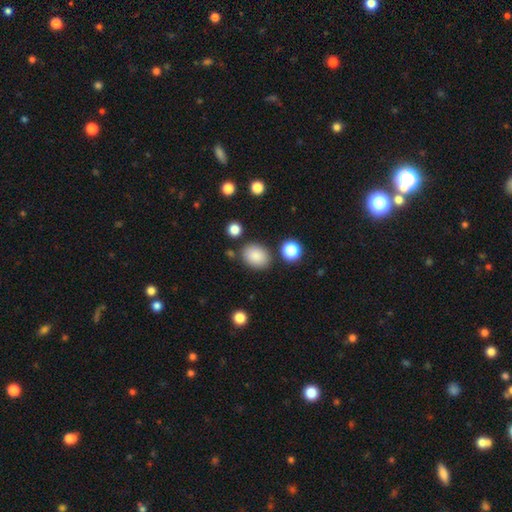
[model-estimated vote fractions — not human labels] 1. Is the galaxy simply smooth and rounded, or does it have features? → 85% smooth, 9% star or artifact, 6% featured or disk.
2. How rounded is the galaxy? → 64% in between, 35% round, 1% cigar-shaped.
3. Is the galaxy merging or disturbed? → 81% none, 11% minor disturbance, 5% merger, 3% major disturbance.